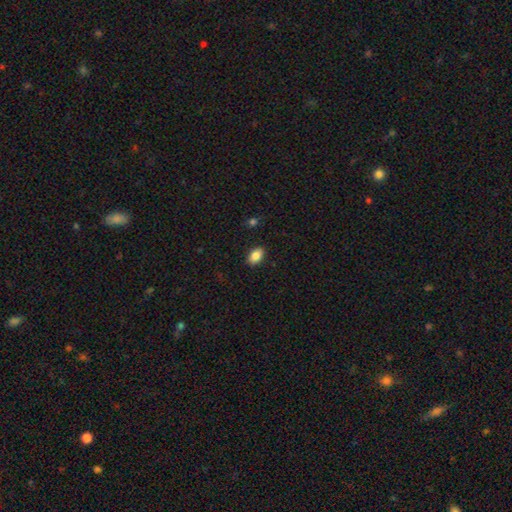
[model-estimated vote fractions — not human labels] Smooth or featured?
  - smooth: 87% *
  - star or artifact: 8%
  - featured or disk: 5%
How rounded?
  - in between: 87% *
  - round: 12%
  - cigar-shaped: 1%
Merging?
  - none: 89% *
  - minor disturbance: 8%
  - major disturbance: 2%
  - merger: 1%